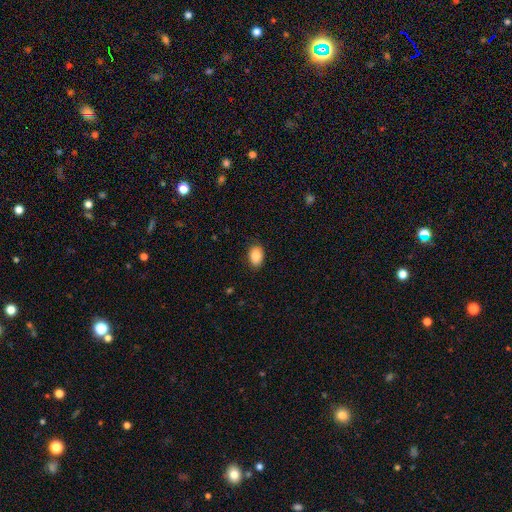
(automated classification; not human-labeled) Q: Smooth or featured?
A: smooth (86%); runner-up: star or artifact (8%)
Q: How rounded?
A: in between (84%); runner-up: round (15%)
Q: Merging?
A: none (85%); runner-up: minor disturbance (12%)